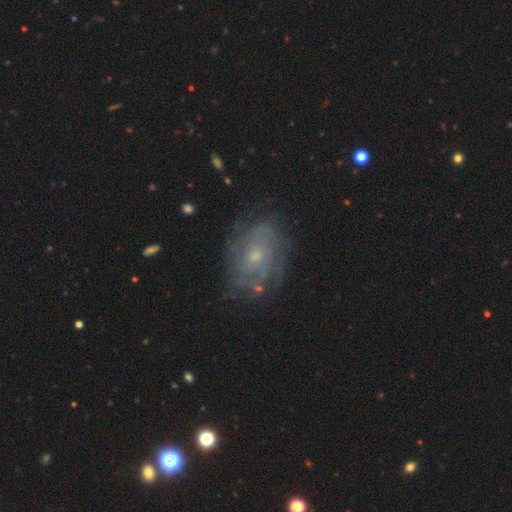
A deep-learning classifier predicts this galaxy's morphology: A featured or disk galaxy (68%) with no bar (76%), tight (55%) spiral arms (77%) and a small central bulge (63%). Merging: none (73%).